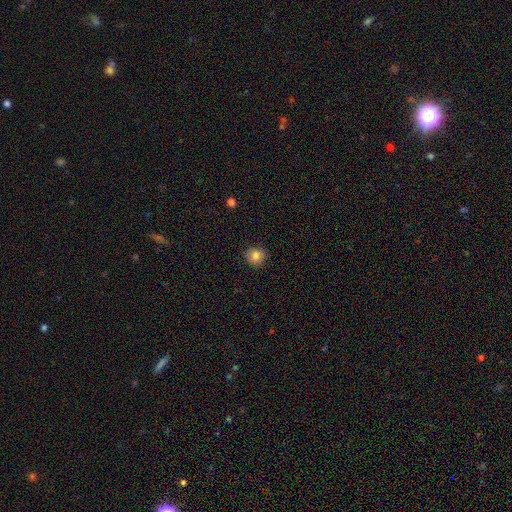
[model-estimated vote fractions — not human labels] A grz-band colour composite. It shows a smooth galaxy with no disk features (83%) that is round (88%). Merging: none (88%).